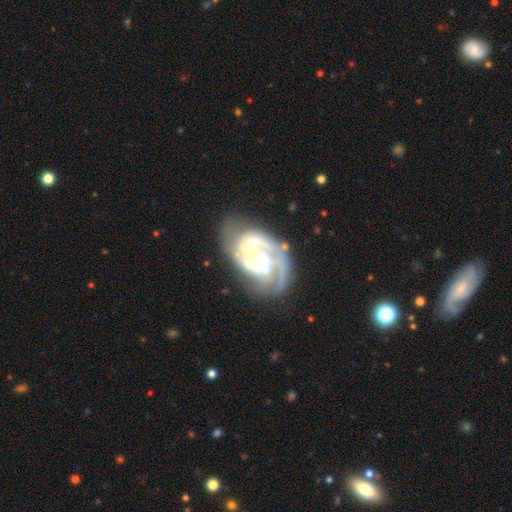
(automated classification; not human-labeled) A featured or disk galaxy (89%) with no bar (46%), 2 (41%) tight (53%) spiral arms (97%) and a small central bulge (64%).

Vote fractions:
- Smooth or featured? featured or disk: 89% / smooth: 6% / star or artifact: 5%
- Edge-on disk? no: 98% / yes: 2%
- Bar? no: 46% / weak: 39% / strong: 15%
- Spiral arms? yes: 97% / no: 3%
- Spiral winding? tight: 53% / medium: 39% / loose: 7%
- Spiral arm count? 2: 41% / 3: 29% / can't tell: 15% / 4: 6% / 1: 5% / more than 4: 4%
- Bulge size? small: 64% / moderate: 25% / none: 8% / large: 2% / dominant: 1%
- Merging? none: 62% / minor disturbance: 22% / major disturbance: 13% / merger: 3%